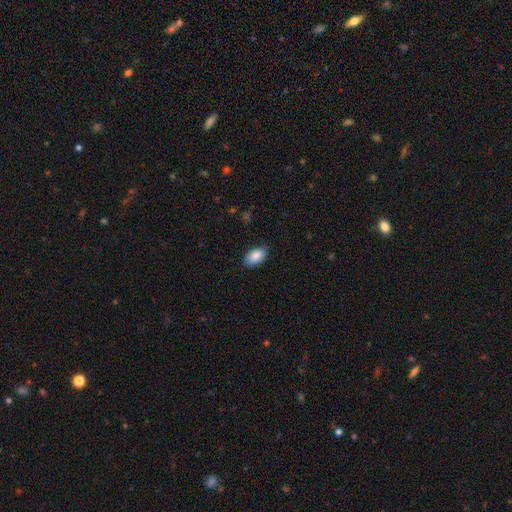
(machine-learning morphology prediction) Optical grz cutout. It shows a smooth galaxy with no disk features (87%) that is in between round and cigar-shaped (93%). Merging: none (84%).